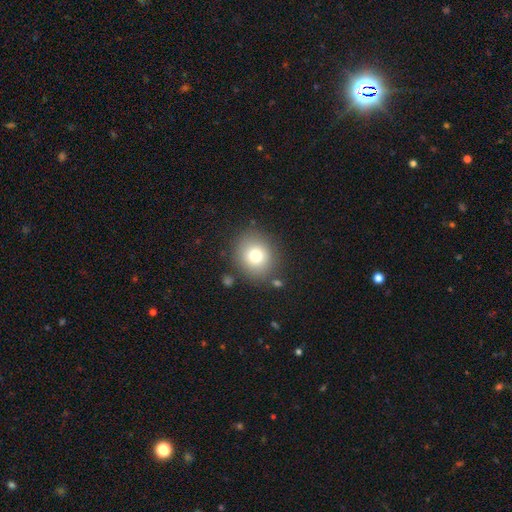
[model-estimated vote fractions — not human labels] This is likely a smooth galaxy (77%). How rounded: likely round (76%). Merging: clearly none (83%).